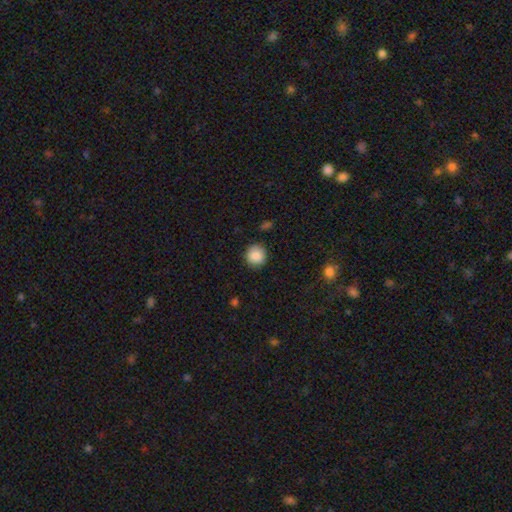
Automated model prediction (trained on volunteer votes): Overall: smooth (88%). How rounded: round (93%). Merging: none (88%).